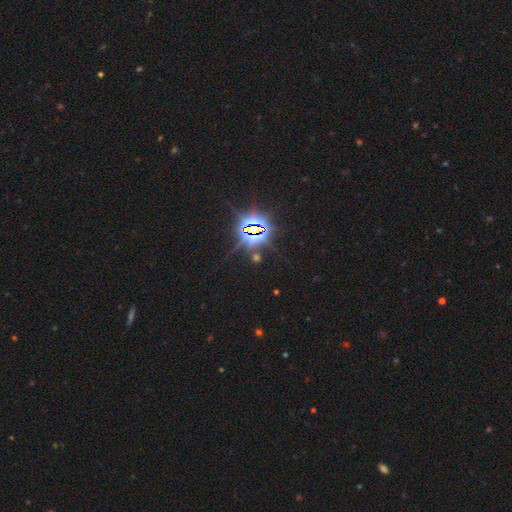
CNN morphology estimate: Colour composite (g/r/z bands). It shows a star or artifact, not a galaxy (85%).